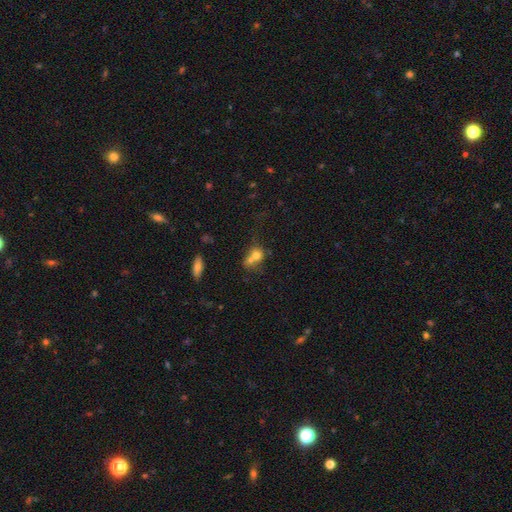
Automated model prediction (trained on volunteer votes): The model was most divided on "merging": merger: 60%, none: 26%, minor disturbance: 8%, major disturbance: 5%. More confident: smooth or featured — smooth (71%); how rounded — round (68%).